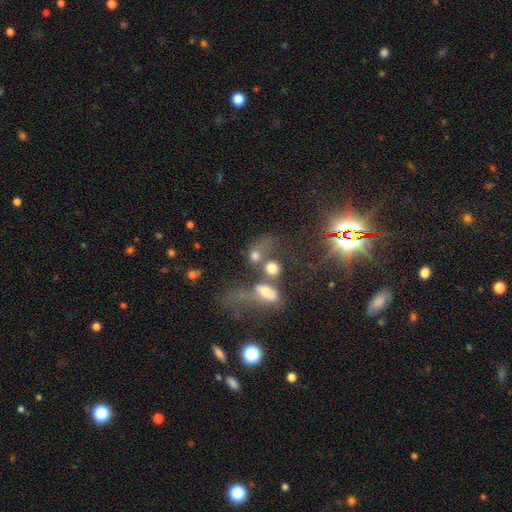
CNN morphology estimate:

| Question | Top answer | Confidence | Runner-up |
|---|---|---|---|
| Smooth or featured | smooth | 56% | featured or disk (23%) |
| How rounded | in between | 56% | round (39%) |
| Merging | merger | 57% | major disturbance (18%) |